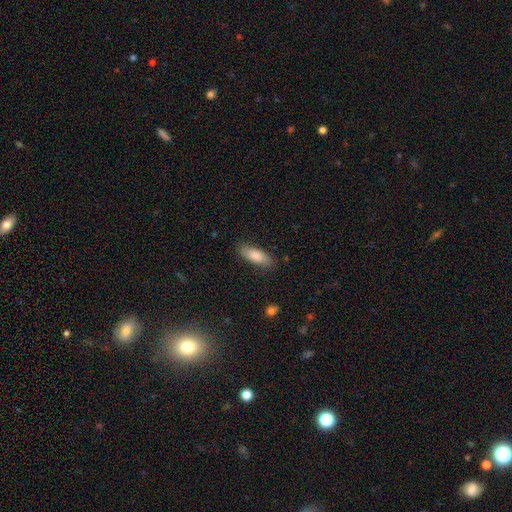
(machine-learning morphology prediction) The model was most divided on "how rounded": in between: 71%, cigar-shaped: 27%, round: 2%. More confident: smooth or featured — smooth (83%); merging — none (83%).